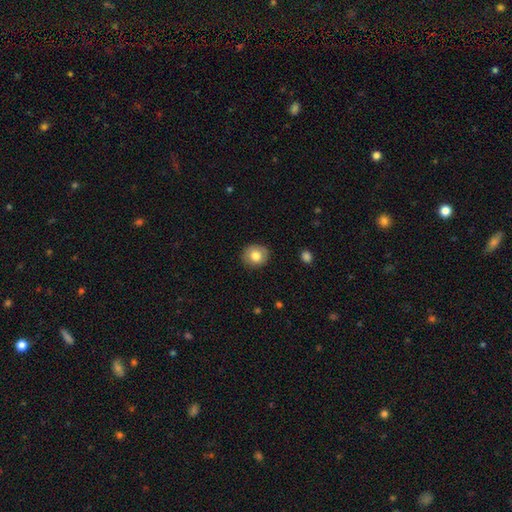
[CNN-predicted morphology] This is likely a smooth galaxy (79%). How rounded: clearly round (82%). Merging: clearly none (87%).